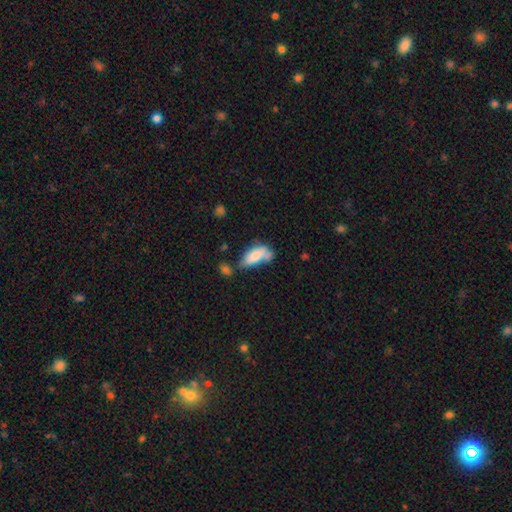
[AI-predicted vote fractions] This appears to be a smooth galaxy with no disk features (73%) that is in between round and cigar-shaped (87%). Merging: none (29%).